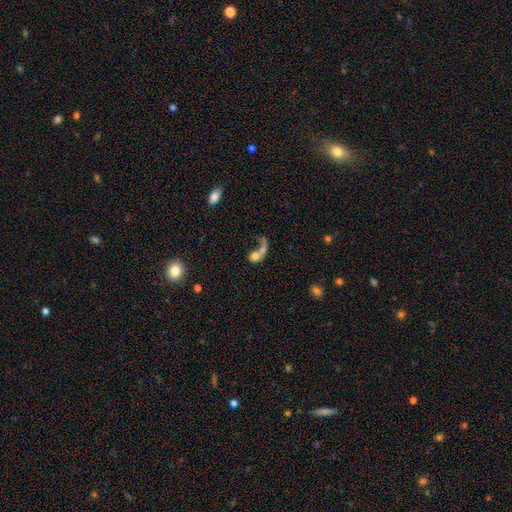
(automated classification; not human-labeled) This is possibly a smooth galaxy (52%). How rounded: possibly in between (46%, tied with round). Merging: possibly merger (52%).